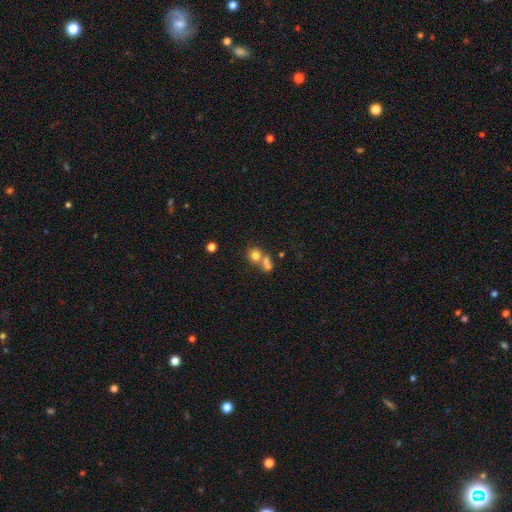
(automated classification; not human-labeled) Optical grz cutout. It shows a smooth galaxy with no disk features (76%) that is round (73%). Merging: merger (46%).